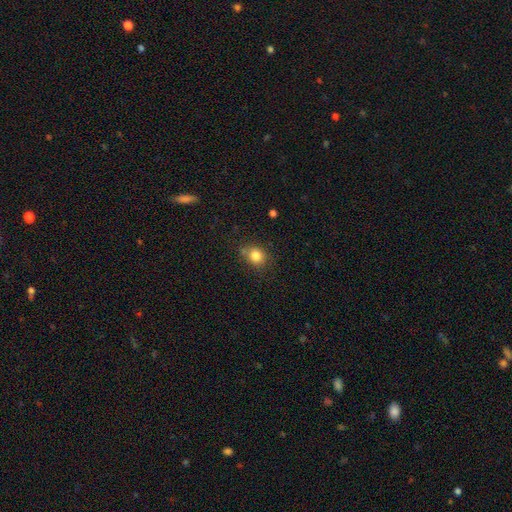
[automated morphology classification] This appears to be a smooth galaxy with no disk features (82%) that is round (65%). Merging: none (68%).